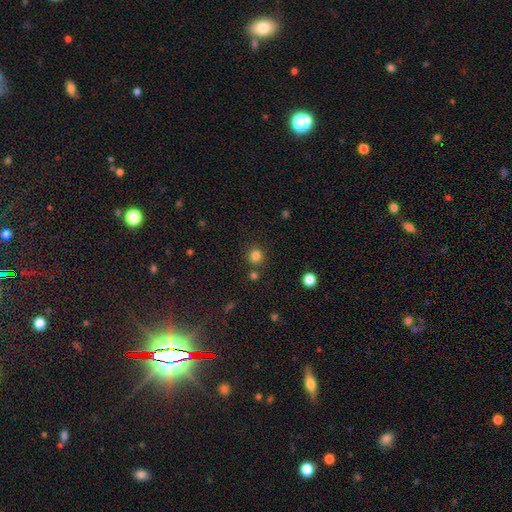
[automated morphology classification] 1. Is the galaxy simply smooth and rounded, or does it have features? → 81% smooth, 14% star or artifact, 5% featured or disk.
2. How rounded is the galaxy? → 87% round, 13% in between, 1% cigar-shaped.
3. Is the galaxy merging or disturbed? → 78% none, 10% merger, 10% minor disturbance, 3% major disturbance.